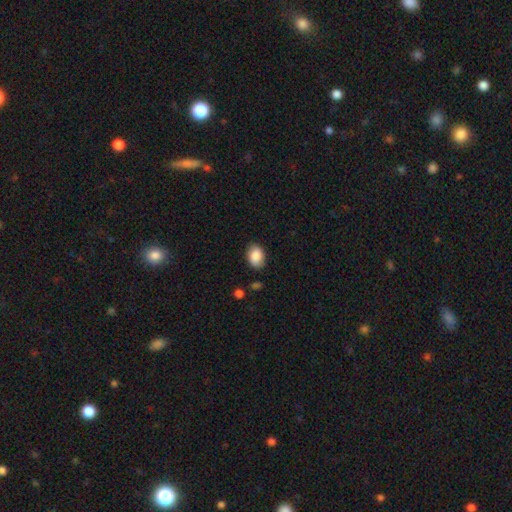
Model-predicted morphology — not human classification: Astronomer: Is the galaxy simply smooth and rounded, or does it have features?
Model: smooth — 87%.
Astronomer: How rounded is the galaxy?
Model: in between — 82%.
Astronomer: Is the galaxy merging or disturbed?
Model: none — 83%.